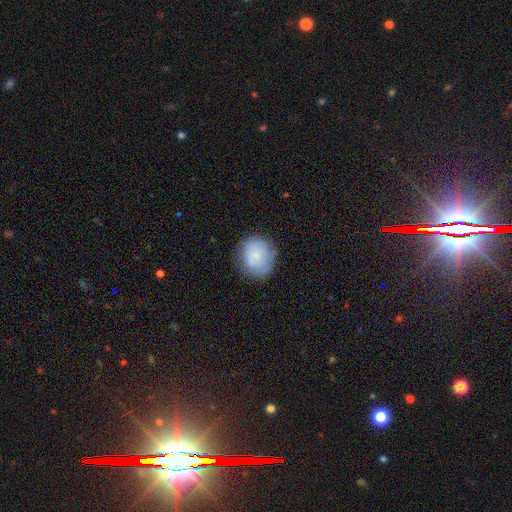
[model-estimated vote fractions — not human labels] Smooth or featured? Predicted: smooth (p=0.69). How rounded? Predicted: round (p=0.81). Merging? Predicted: none (p=0.73).